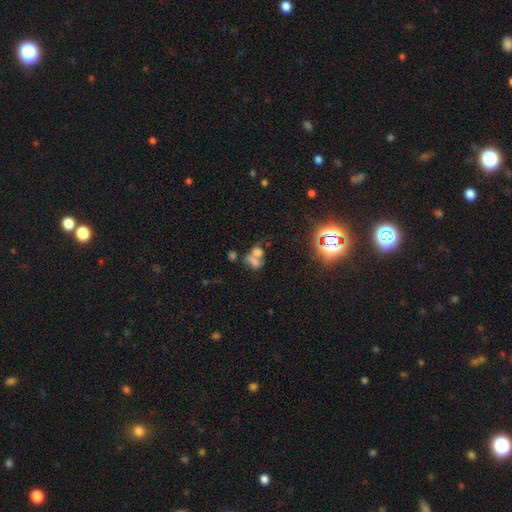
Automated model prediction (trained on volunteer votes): Smooth or featured? Predicted: smooth (p=0.55). How rounded? Predicted: in between (p=0.63). Merging? Predicted: merger (p=0.59).